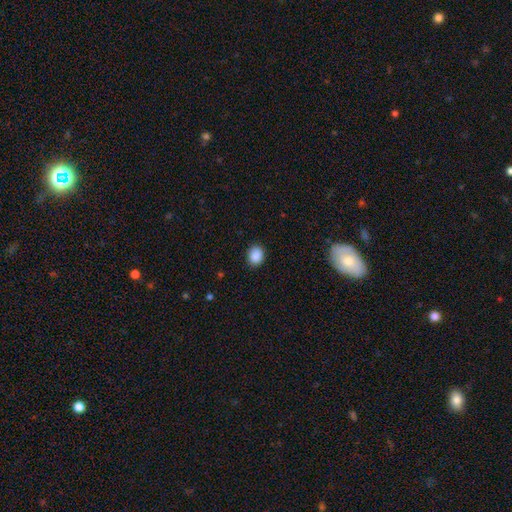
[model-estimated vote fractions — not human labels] The model was most divided on "how rounded": round: 58%, in between: 41%, cigar-shaped: 1%. More confident: smooth or featured — smooth (88%); merging — none (88%).